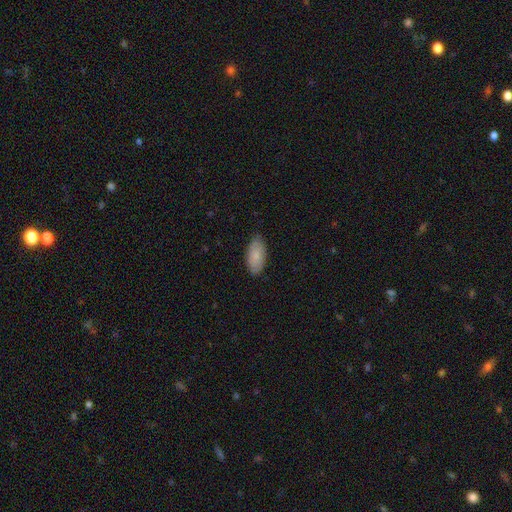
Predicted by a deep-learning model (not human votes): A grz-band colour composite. It shows a smooth galaxy with no disk features (85%) that is in between round and cigar-shaped (92%). Merging: none (83%).